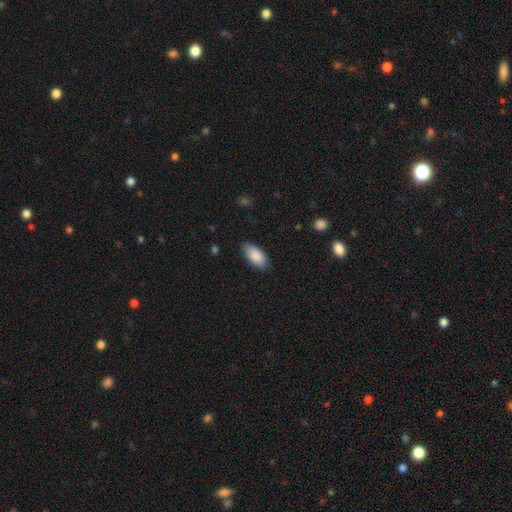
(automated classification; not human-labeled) smooth-or-featured: smooth: 89% | star or artifact: 6% | featured or disk: 5%
  how-rounded: in between: 92% | cigar-shaped: 6% | round: 2%
  merging: none: 84% | minor disturbance: 13% | major disturbance: 2% | merger: 1%